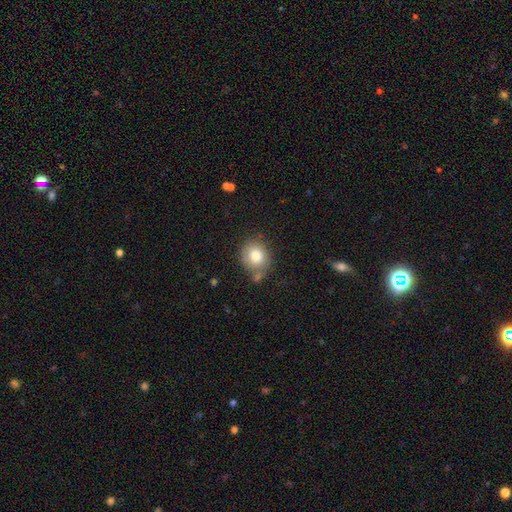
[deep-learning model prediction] Smooth or featured: smooth — 81% (featured or disk — 11%)
How rounded: round — 73% (in between — 26%)
Merging: none — 61% (minor disturbance — 19%)